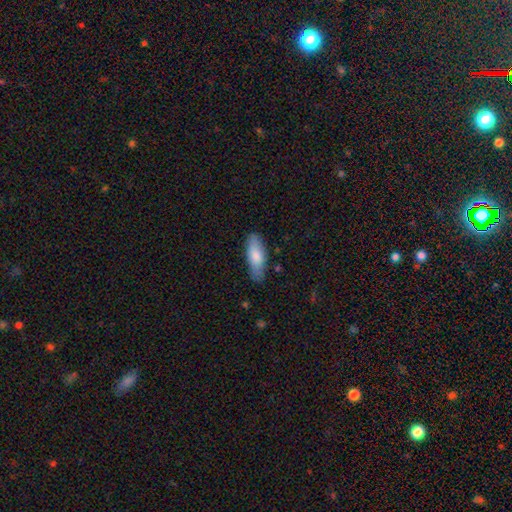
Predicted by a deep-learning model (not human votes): Smooth or featured? smooth (80%)
How rounded? in between (64%)
Merging? none (79%)